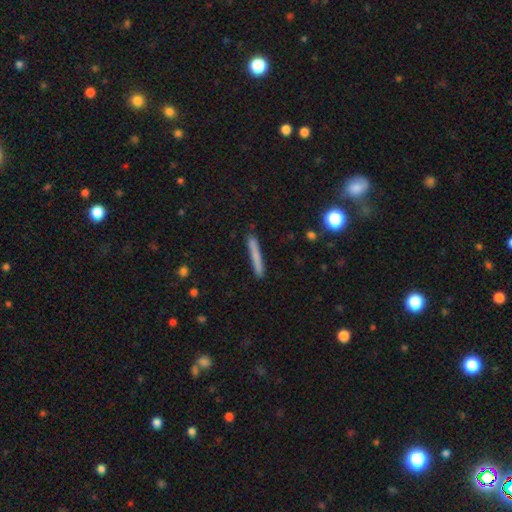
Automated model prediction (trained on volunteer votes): Smooth or featured?
  - smooth: 68% *
  - featured or disk: 25%
  - star or artifact: 8%
How rounded?
  - cigar-shaped: 96% *
  - in between: 3%
  - round: 2%
Merging?
  - none: 85% *
  - minor disturbance: 11%
  - merger: 2%
  - major disturbance: 2%